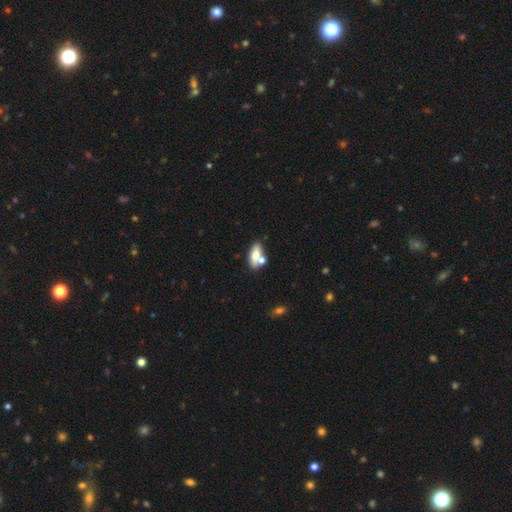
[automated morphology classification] A smooth galaxy with no disk features (67%) that is in between round and cigar-shaped (81%).

Vote fractions:
- Smooth or featured? smooth: 67% / featured or disk: 25% / star or artifact: 7%
- How rounded? in between: 81% / cigar-shaped: 14% / round: 5%
- Merging? none: 52% / merger: 31% / minor disturbance: 13% / major disturbance: 4%